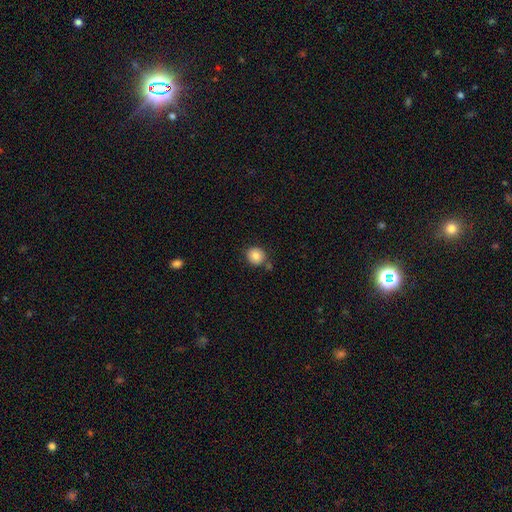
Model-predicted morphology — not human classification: smooth 84%, star or artifact 9%, featured or disk 7%. Down the decision tree: how rounded — round (88%); merging — none (78%).